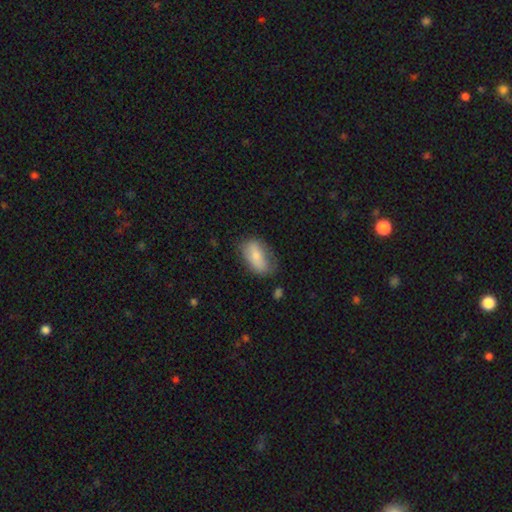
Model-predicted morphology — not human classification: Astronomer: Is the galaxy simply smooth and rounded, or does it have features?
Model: smooth — 72%.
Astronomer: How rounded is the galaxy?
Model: in between — 89%.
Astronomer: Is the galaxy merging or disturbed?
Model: none — 63%.